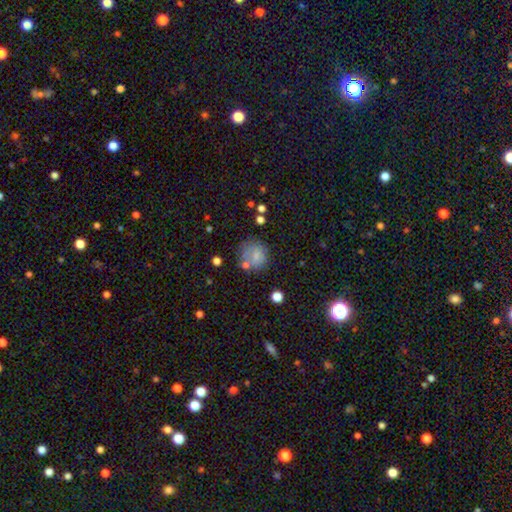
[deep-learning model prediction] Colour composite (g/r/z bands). It shows a smooth galaxy with no disk features (69%) that is round (81%). Merging: none (54%).